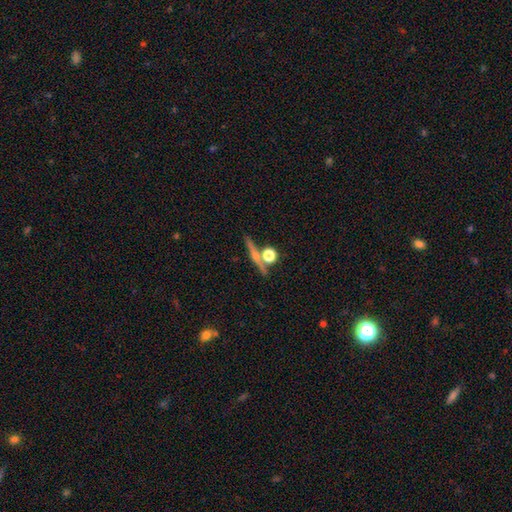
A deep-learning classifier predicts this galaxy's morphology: smooth_or_featured: featured or disk (p=0.52) [alt: smooth p=0.32]
disk_edge_on: yes (p=0.91) [alt: no p=0.09]
merging: none (p=0.74) [alt: merger p=0.14]